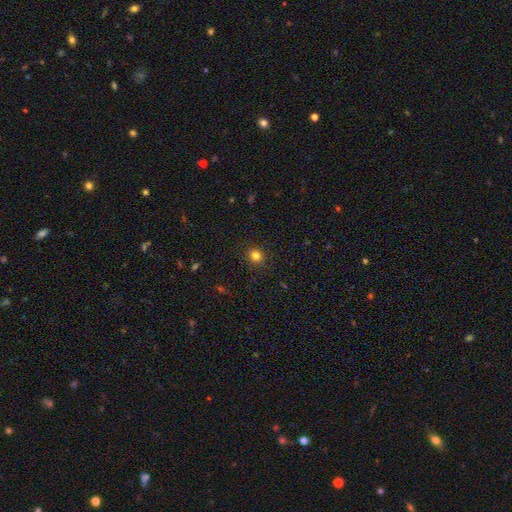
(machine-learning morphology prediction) smooth_or_featured: smooth (p=0.80) [alt: star or artifact p=0.14]
how_rounded: round (p=0.87) [alt: in between p=0.12]
merging: none (p=0.90) [alt: minor disturbance p=0.06]